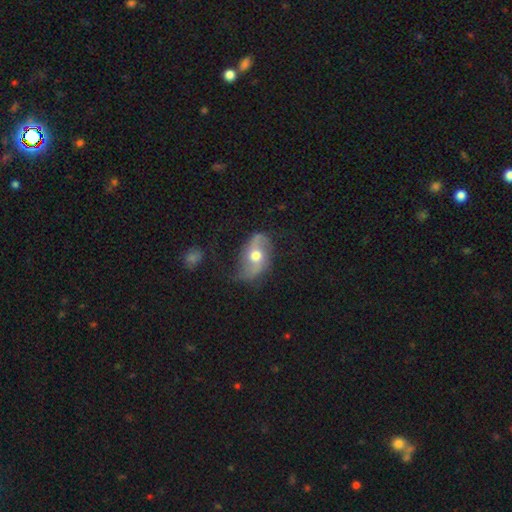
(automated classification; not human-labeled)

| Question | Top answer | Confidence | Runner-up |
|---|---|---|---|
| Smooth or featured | featured or disk | 68% | smooth (25%) |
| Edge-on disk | no | 93% | yes (7%) |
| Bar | no | 53% | weak (34%) |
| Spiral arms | yes | 83% | no (17%) |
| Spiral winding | loose | 66% | medium (26%) |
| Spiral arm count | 2 | 89% | can't tell (5%) |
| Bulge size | moderate | 74% | large (16%) |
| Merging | none | 62% | minor disturbance (25%) |